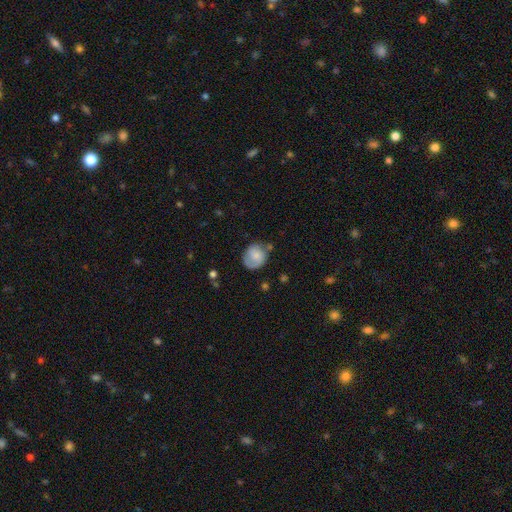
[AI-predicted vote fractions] smooth_or_featured: smooth (p=0.67) [alt: featured or disk p=0.25]
how_rounded: round (p=0.71) [alt: in between p=0.28]
merging: none (p=0.58) [alt: minor disturbance p=0.27]